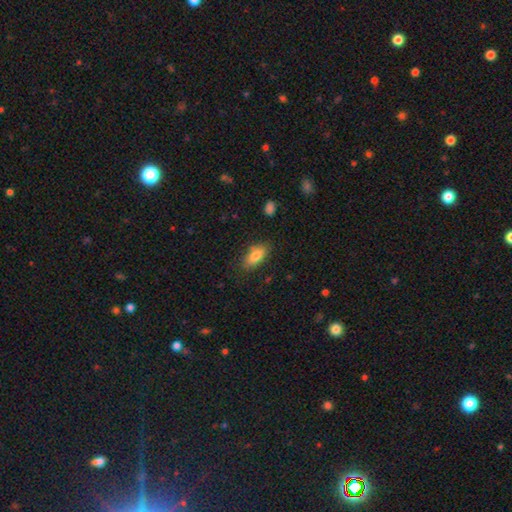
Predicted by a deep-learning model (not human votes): Morphology: type=smooth (81%); roundness=in between (83%); merging=none (82%).